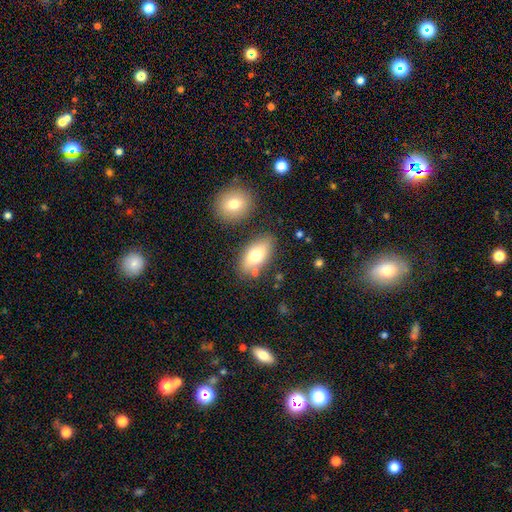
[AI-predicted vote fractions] Overall: smooth (72%). How rounded: in between (89%). Merging: none (74%).